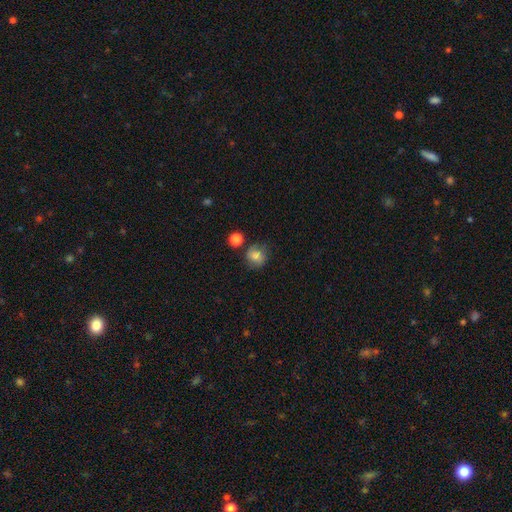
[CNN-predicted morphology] A smooth galaxy with no disk features (73%) that is round (81%). Merging: none (69%).